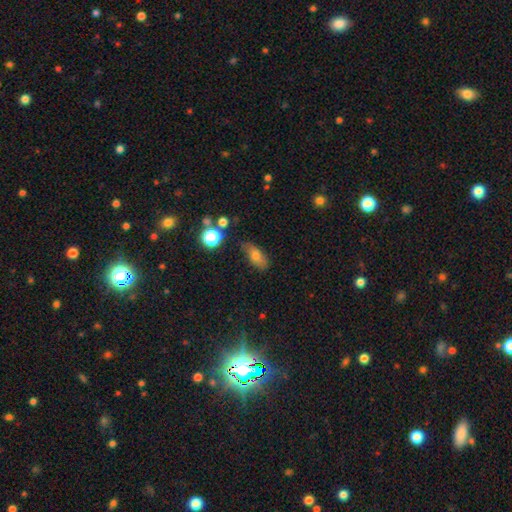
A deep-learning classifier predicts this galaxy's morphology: Q: Smooth or featured?
A: smooth (70%); runner-up: featured or disk (18%)
Q: How rounded?
A: in between (79%); runner-up: cigar-shaped (12%)
Q: Merging?
A: none (70%); runner-up: minor disturbance (21%)